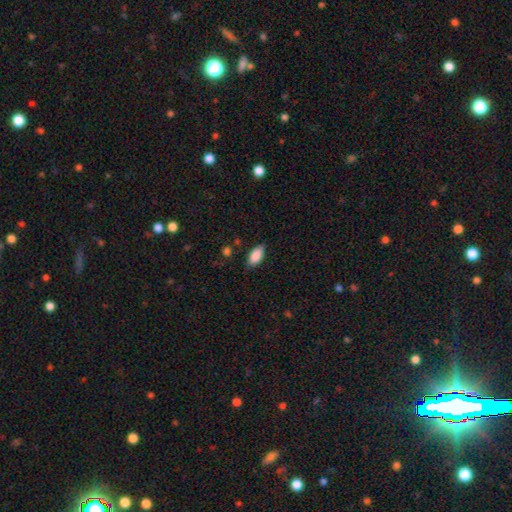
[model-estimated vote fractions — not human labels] A smooth galaxy with no disk features (87%) that is in between round and cigar-shaped (92%).

Vote fractions:
- Smooth or featured? smooth: 87% / star or artifact: 7% / featured or disk: 6%
- How rounded? in between: 92% / cigar-shaped: 5% / round: 3%
- Merging? none: 78% / minor disturbance: 17% / major disturbance: 3% / merger: 1%